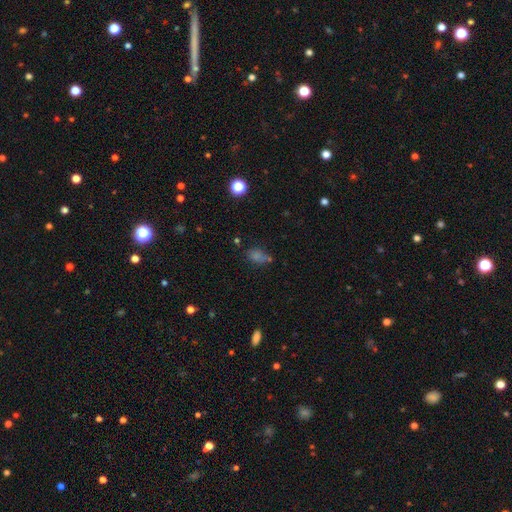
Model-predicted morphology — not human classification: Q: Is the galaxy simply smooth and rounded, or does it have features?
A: smooth — 60%.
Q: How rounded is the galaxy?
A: in between — 66%.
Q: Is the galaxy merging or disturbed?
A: none — 55%.